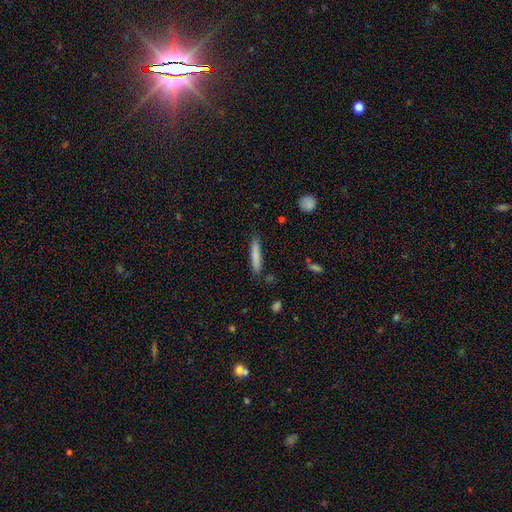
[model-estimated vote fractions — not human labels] Smooth or featured? Predicted: smooth (p=0.79). How rounded? Predicted: cigar-shaped (p=0.92). Merging? Predicted: none (p=0.85).